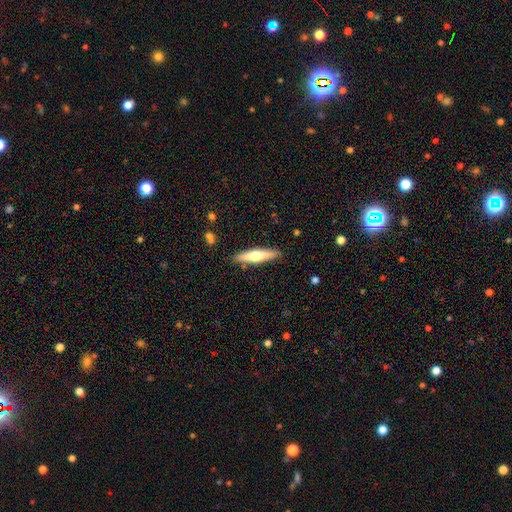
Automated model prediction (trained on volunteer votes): Smooth or featured?
  - smooth: 47% * (tied)
  - featured or disk: 47% * (tied)
  - star or artifact: 5%
Merging?
  - none: 88% *
  - minor disturbance: 8%
  - major disturbance: 2%
  - merger: 2%